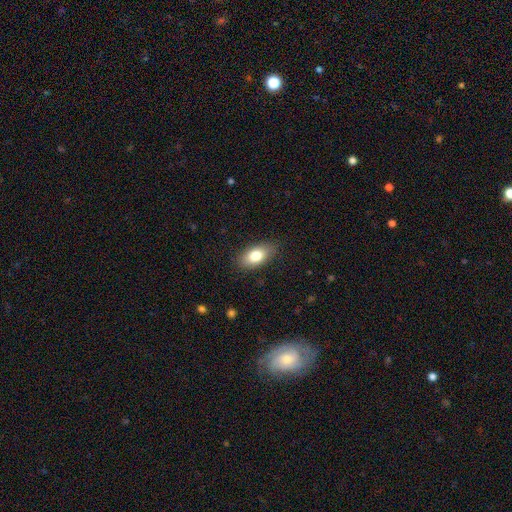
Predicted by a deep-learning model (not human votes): Q: Smooth or featured?
A: smooth (79%); runner-up: featured or disk (14%)
Q: How rounded?
A: in between (90%); runner-up: round (5%)
Q: Merging?
A: none (85%); runner-up: minor disturbance (11%)